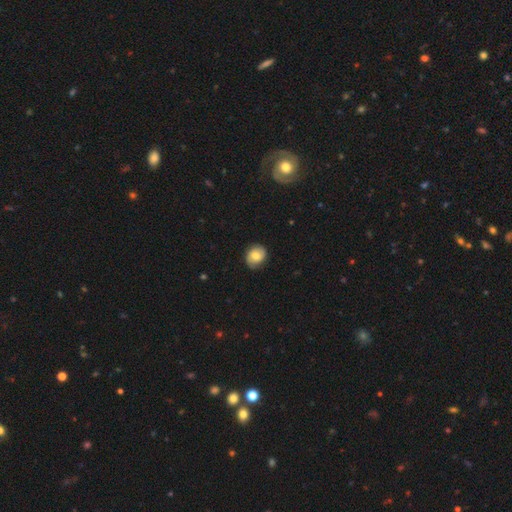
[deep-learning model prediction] Smooth or featured?
  - smooth: 63% *
  - featured or disk: 29%
  - star or artifact: 8%
How rounded?
  - round: 66% *
  - in between: 33%
  - cigar-shaped: 1%
Merging?
  - none: 80% *
  - minor disturbance: 16%
  - major disturbance: 3%
  - merger: 1%